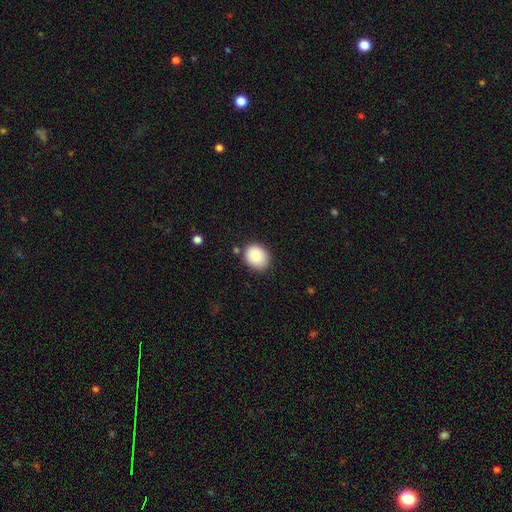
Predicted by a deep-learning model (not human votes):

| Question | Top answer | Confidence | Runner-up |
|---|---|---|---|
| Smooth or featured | smooth | 87% | star or artifact (8%) |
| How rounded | round | 59% | in between (40%) |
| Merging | none | 82% | minor disturbance (13%) |